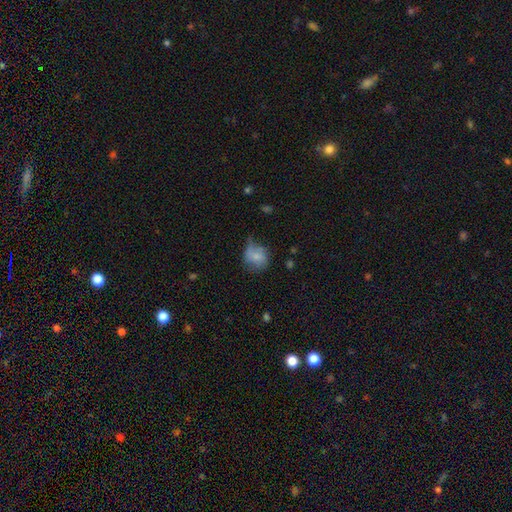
This is likely a smooth galaxy (69%). How rounded: possibly round (52%). Merging: marginally none (39%).